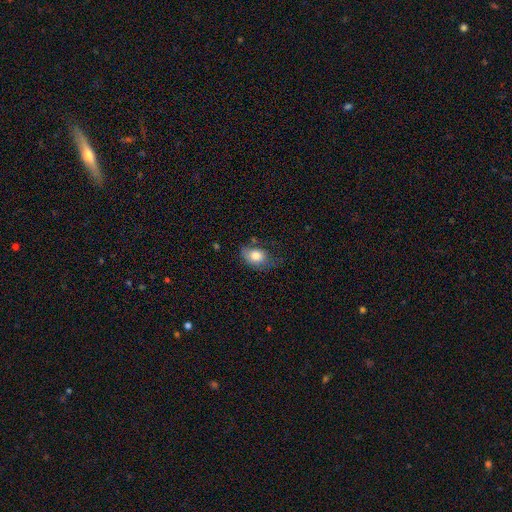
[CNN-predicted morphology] Smooth or featured: smooth — 79% (featured or disk — 13%)
How rounded: in between — 74% (round — 25%)
Merging: none — 48% (minor disturbance — 35%)